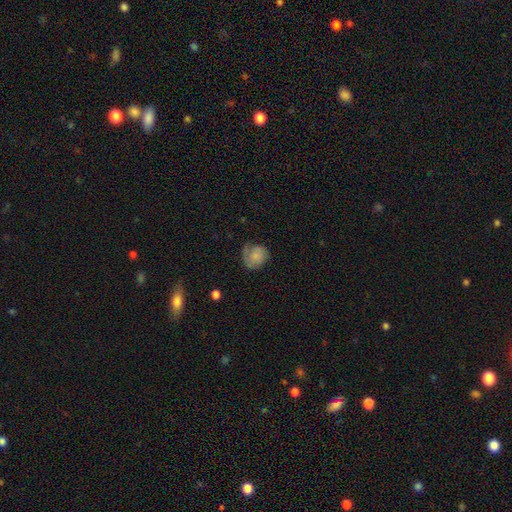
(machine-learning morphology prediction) Smooth or featured? Predicted: smooth (p=0.71). How rounded? Predicted: round (p=0.74). Merging? Predicted: none (p=0.52).